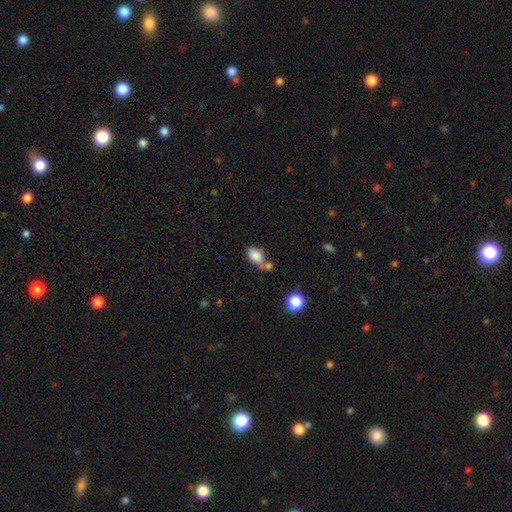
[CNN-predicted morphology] The model was most divided on "merging": none: 39%, merger: 35%, minor disturbance: 18%, major disturbance: 8%. More confident: how rounded — in between (86%); smooth or featured — smooth (83%).